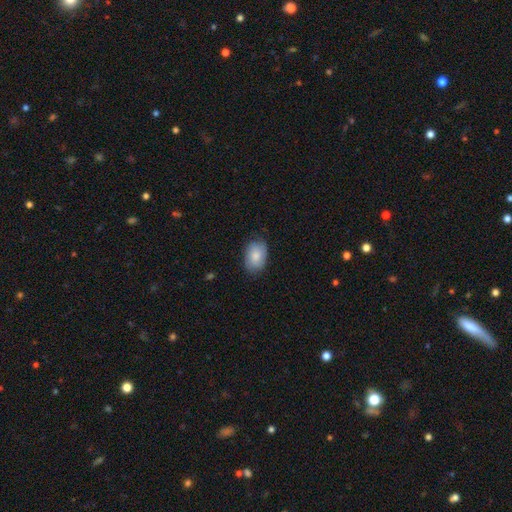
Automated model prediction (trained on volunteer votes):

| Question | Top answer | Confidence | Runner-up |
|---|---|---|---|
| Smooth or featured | smooth | 82% | featured or disk (12%) |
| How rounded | in between | 85% | round (14%) |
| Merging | none | 77% | minor disturbance (18%) |